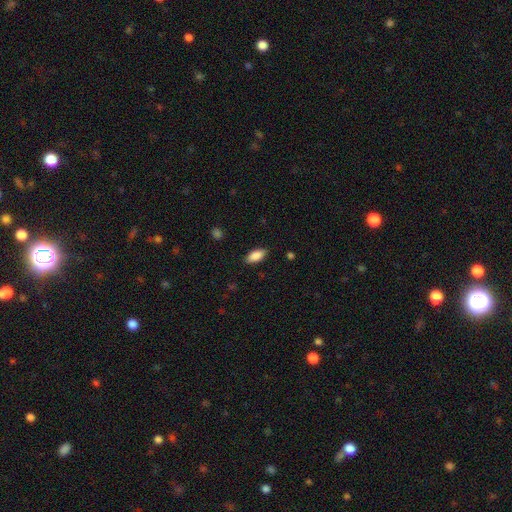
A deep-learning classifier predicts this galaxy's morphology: smooth_or_featured: smooth (p=0.88) [alt: star or artifact p=0.07]
how_rounded: in between (p=0.91) [alt: cigar-shaped p=0.07]
merging: none (p=0.86) [alt: minor disturbance p=0.10]